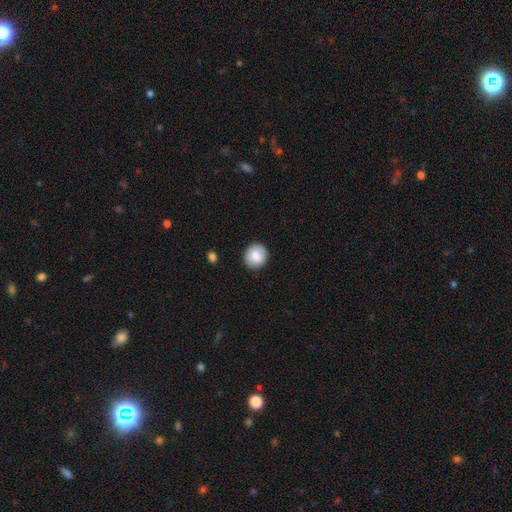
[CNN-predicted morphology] smooth_or_featured: smooth (p=0.82) [alt: featured or disk p=0.10]
how_rounded: round (p=0.85) [alt: in between p=0.14]
merging: none (p=0.89) [alt: minor disturbance p=0.08]